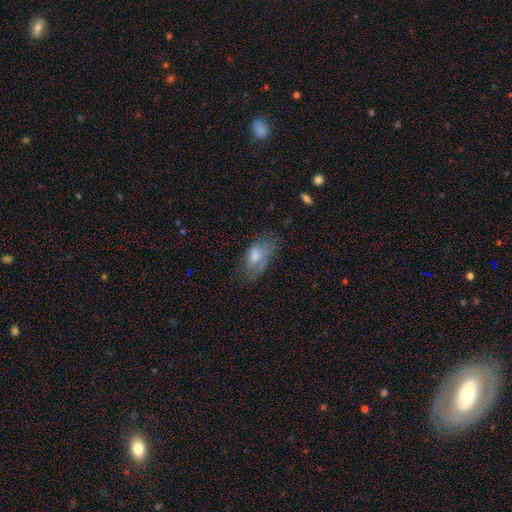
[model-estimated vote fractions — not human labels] Overall: smooth (66%). How rounded: in between (90%). Merging: none (44%; minor disturbance 32%).